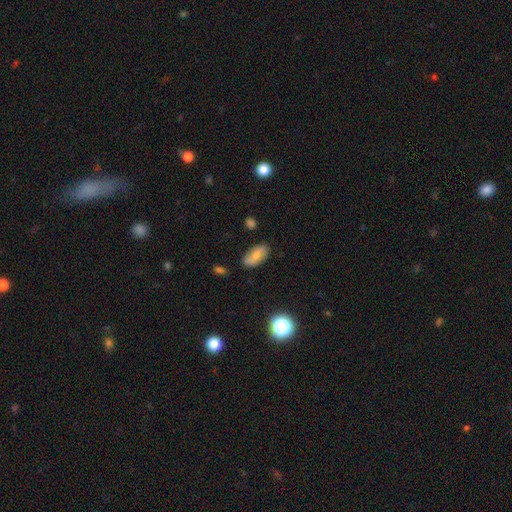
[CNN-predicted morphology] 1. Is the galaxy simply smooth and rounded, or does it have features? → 69% smooth, 23% featured or disk, 8% star or artifact.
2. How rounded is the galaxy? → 91% in between, 6% cigar-shaped, 4% round.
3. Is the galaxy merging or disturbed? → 81% none, 14% minor disturbance, 3% major disturbance, 2% merger.